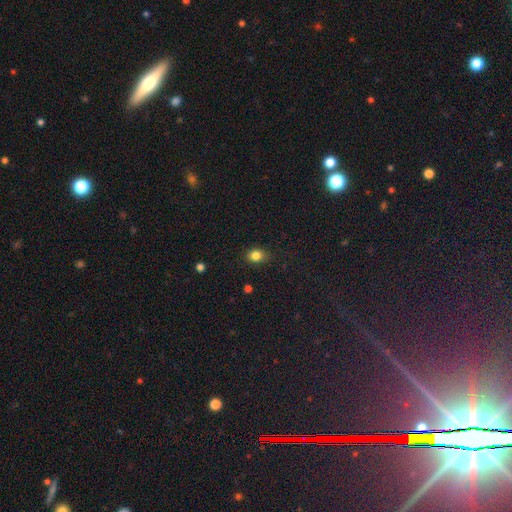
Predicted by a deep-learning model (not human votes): A smooth galaxy with no disk features (84%) that is in between round and cigar-shaped (51%). Merging: none (84%).